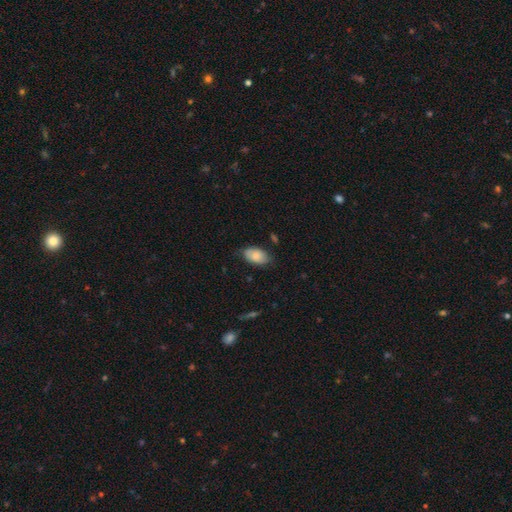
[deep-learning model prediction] Morphology: type=smooth (77%); roundness=in between (93%); merging=none (70%).